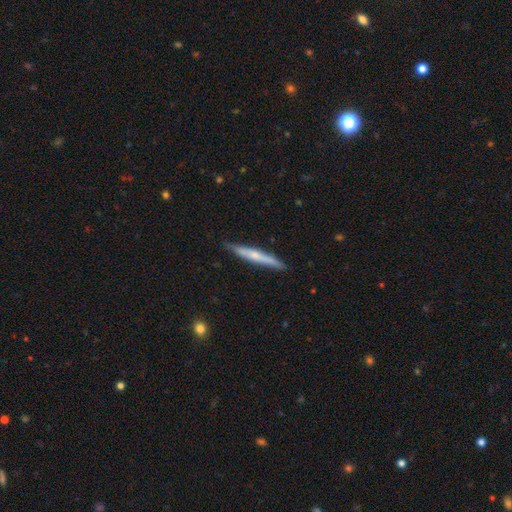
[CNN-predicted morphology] smooth-or-featured: featured or disk: 47% (tied) | smooth: 47% (tied) | star or artifact: 5%
  merging: none: 87% | minor disturbance: 10% | major disturbance: 2% | merger: 1%